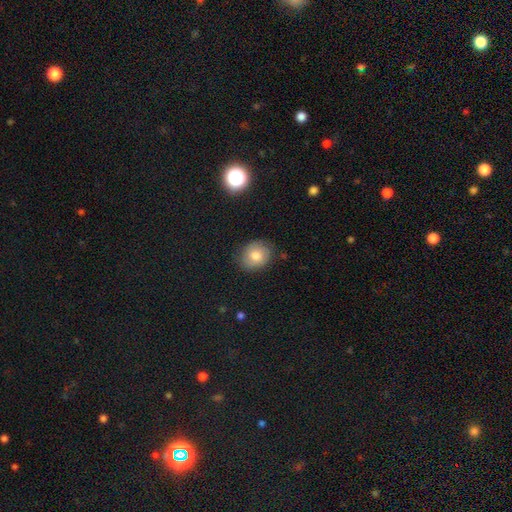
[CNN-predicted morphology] smooth 69%, featured or disk 21%, star or artifact 10%. Down the decision tree: how rounded — round (60%); merging — none (79%).